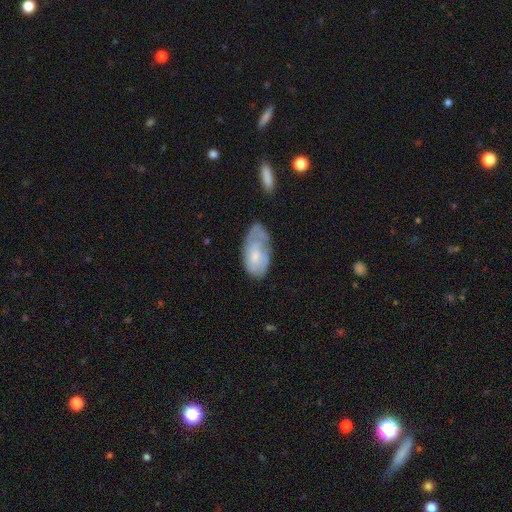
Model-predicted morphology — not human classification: A smooth galaxy with no disk features (50%).

Vote fractions:
- Smooth or featured? smooth: 50% / featured or disk: 44% / star or artifact: 7%
- Merging? none: 43% / minor disturbance: 35% / major disturbance: 18% / merger: 4%